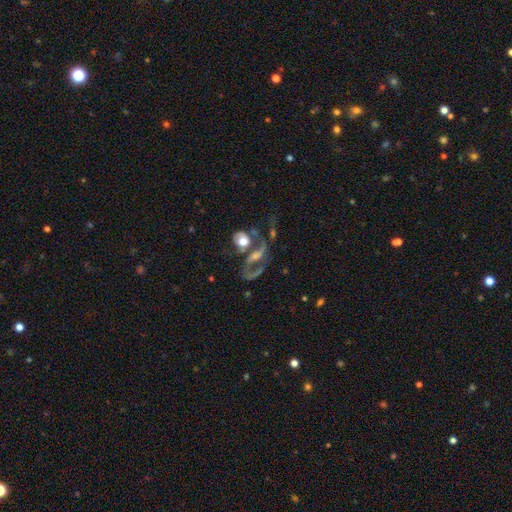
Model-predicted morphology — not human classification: This appears to be a featured or disk galaxy (73%) with no bar (40%), 2 (79%) loose (53%) spiral arms (81%) and a moderate central bulge (47%). Merging: merger (34%).